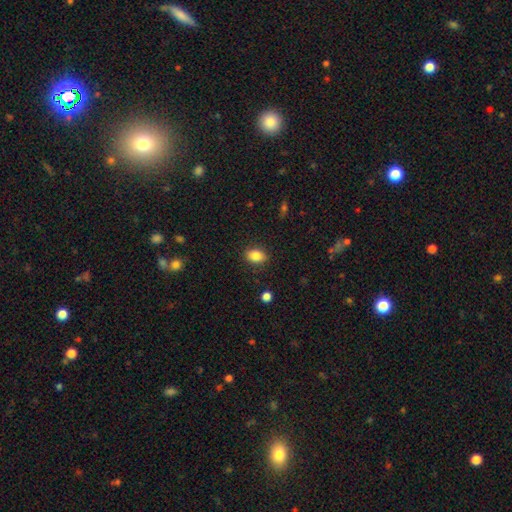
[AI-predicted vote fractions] Overall: smooth (85%). How rounded: in between (80%). Merging: none (87%).